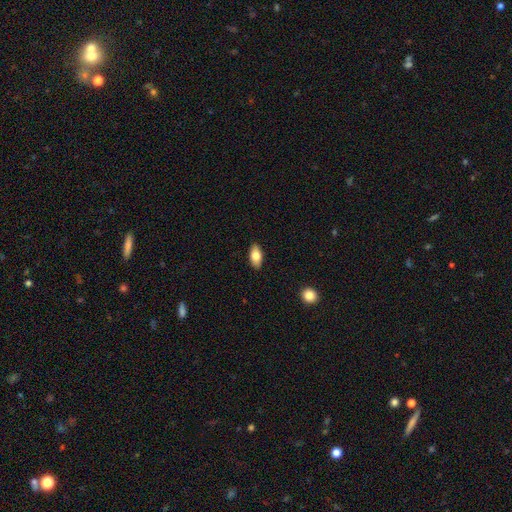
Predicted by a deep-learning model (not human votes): Smooth or featured? smooth (78%)
How rounded? in between (90%)
Merging? none (90%)